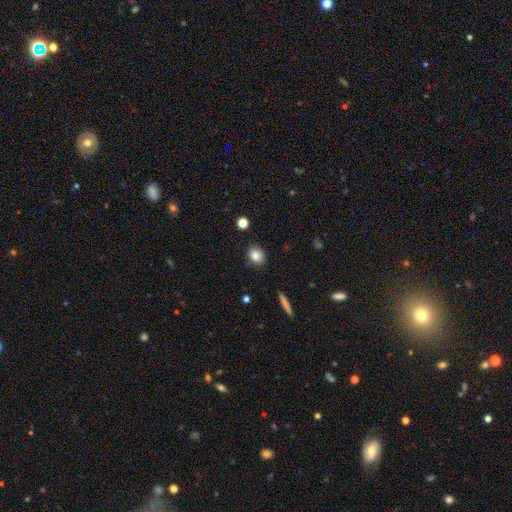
Smooth or featured? 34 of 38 (89%) said smooth. How rounded? 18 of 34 (53%) said round. Merging? 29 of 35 (83%) said none.